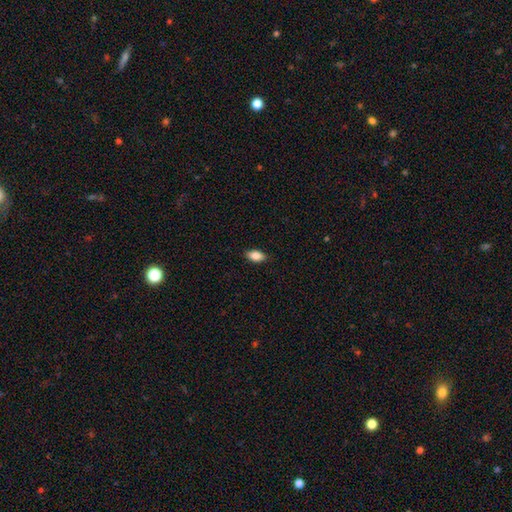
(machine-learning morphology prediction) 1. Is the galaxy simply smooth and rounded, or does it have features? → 86% smooth, 7% star or artifact, 6% featured or disk.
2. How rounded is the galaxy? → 91% in between, 5% round, 4% cigar-shaped.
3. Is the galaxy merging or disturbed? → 88% none, 9% minor disturbance, 2% major disturbance, 1% merger.